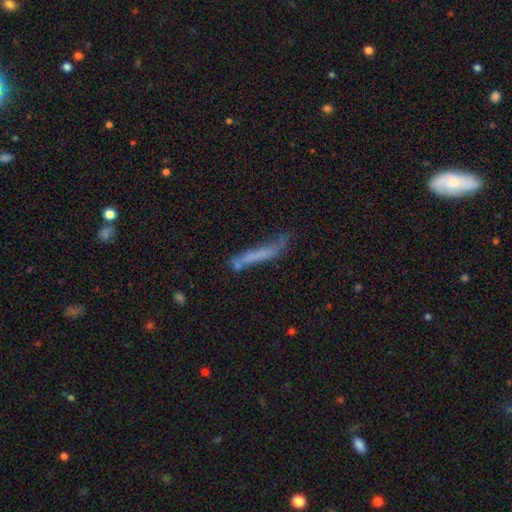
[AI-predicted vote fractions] Smooth or featured? smooth (52%)
How rounded? cigar-shaped (92%)
Merging? none (47%)